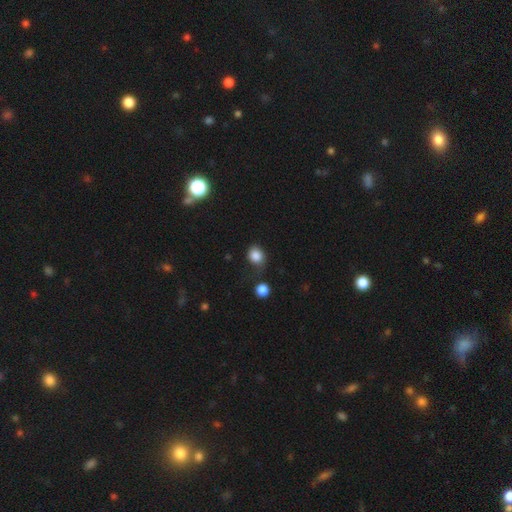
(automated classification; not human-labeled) A smooth galaxy with no disk features (84%) that is round (67%). Merging: none (59%).